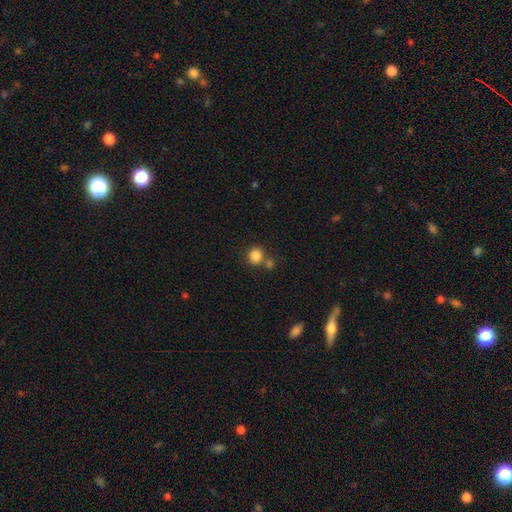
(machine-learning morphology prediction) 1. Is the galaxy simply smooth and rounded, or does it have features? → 85% smooth, 10% star or artifact, 5% featured or disk.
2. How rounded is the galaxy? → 84% round, 15% in between, 1% cigar-shaped.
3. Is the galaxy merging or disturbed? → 64% none, 24% merger, 9% minor disturbance, 3% major disturbance.